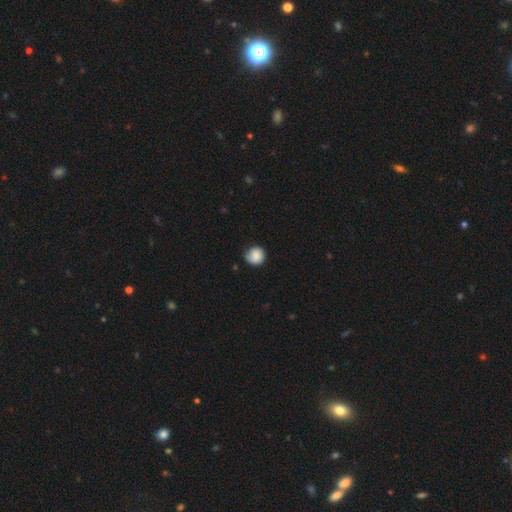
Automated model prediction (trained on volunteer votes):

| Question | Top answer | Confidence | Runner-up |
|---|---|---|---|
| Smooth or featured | smooth | 76% | featured or disk (16%) |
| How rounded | round | 89% | in between (10%) |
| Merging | none | 72% | minor disturbance (22%) |